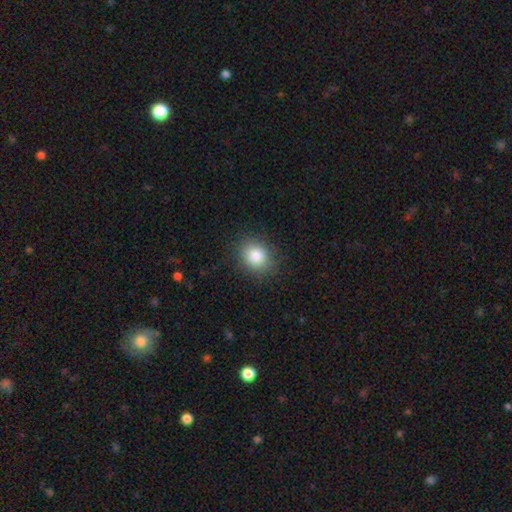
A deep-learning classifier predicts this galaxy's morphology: Overall: smooth (84%). How rounded: round (63%; in between 36%). Merging: none (87%).